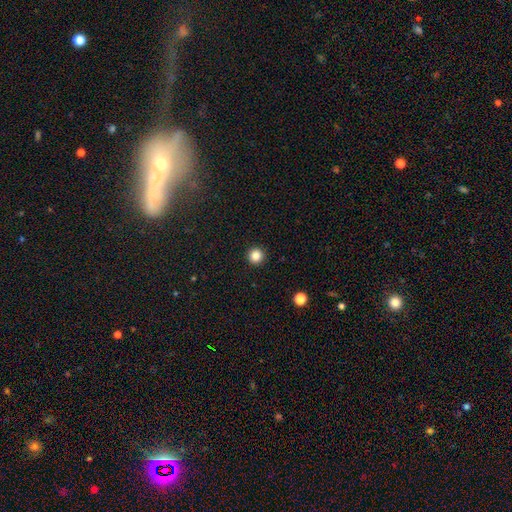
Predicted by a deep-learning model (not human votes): Smooth or featured? smooth (85%)
How rounded? round (96%)
Merging? none (94%)